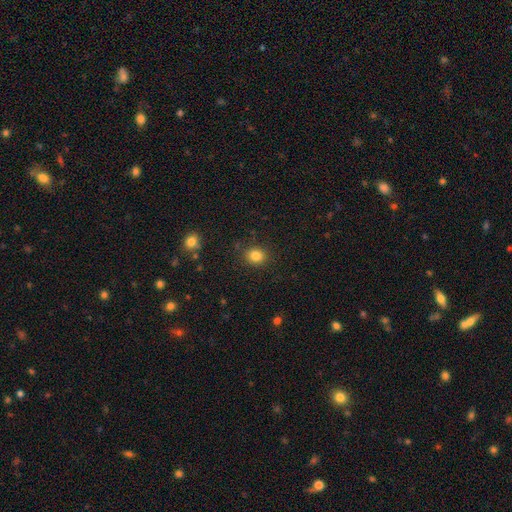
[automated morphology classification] type=smooth (84%); roundness=round (72%); merging=none (87%).